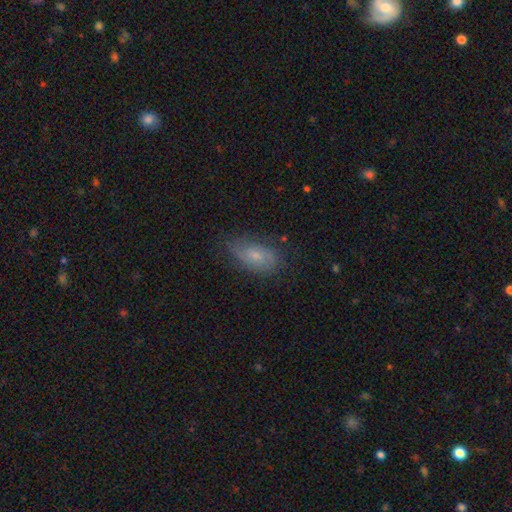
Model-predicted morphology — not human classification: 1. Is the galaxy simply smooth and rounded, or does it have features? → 47% smooth, 44% featured or disk, 9% star or artifact.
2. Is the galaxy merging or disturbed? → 67% none, 24% minor disturbance, 7% major disturbance, 1% merger.